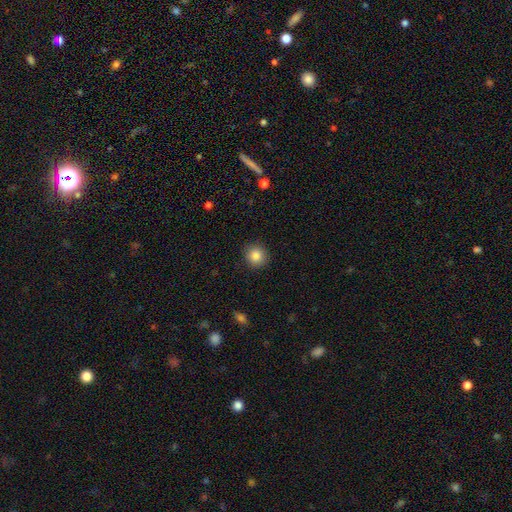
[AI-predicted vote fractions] The model was most divided on "smooth or featured": smooth: 86%, star or artifact: 10%, featured or disk: 5%. More confident: how rounded — round (92%); merging — none (91%).